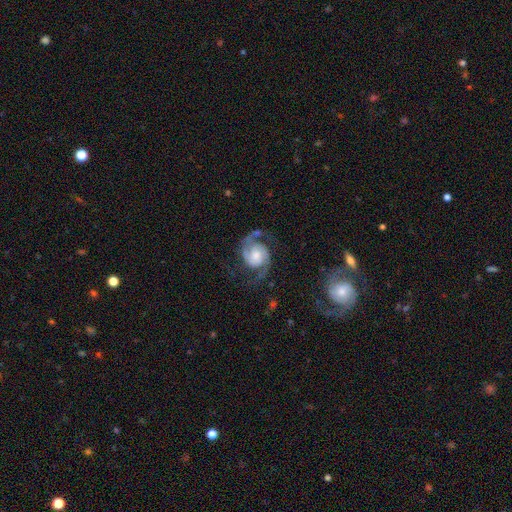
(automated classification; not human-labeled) smooth_or_featured: featured or disk (p=0.89) [alt: smooth p=0.06]
disk_edge_on: no (p=0.98) [alt: yes p=0.02]
bar: no (p=0.65) [alt: weak p=0.28]
has_spiral_arms: yes (p=0.98) [alt: no p=0.02]
spiral_winding: medium (p=0.54) [alt: loose p=0.26]
spiral_arm_count: 2 (p=0.93) [alt: can't tell p=0.02]
bulge_size: moderate (p=0.41) [alt: small p=0.25]
merging: none (p=0.71) [alt: minor disturbance p=0.16]